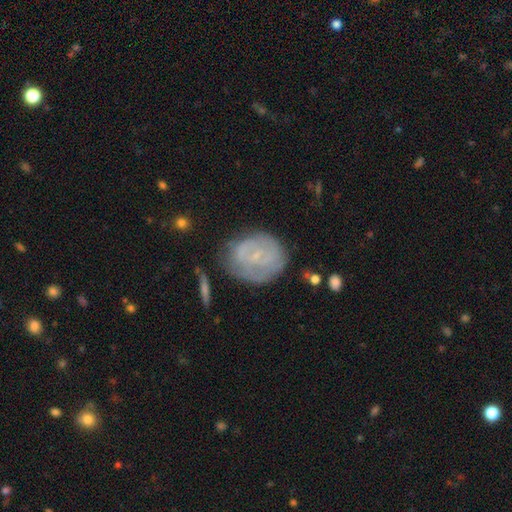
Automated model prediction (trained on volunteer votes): Smooth or featured? featured or disk (57%)
Edge-on disk? no (96%)
Bar? no (62%)
Spiral arms? yes (65%)
Bulge size? small (76%)
Merging? none (61%)